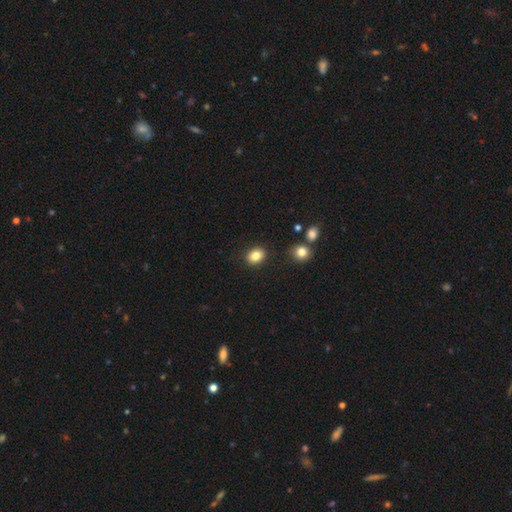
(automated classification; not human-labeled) smooth-or-featured: smooth: 83% | star or artifact: 10% | featured or disk: 6%
  how-rounded: in between: 51% | round: 49% | cigar-shaped: 1%
  merging: none: 87% | minor disturbance: 8% | merger: 3% | major disturbance: 2%